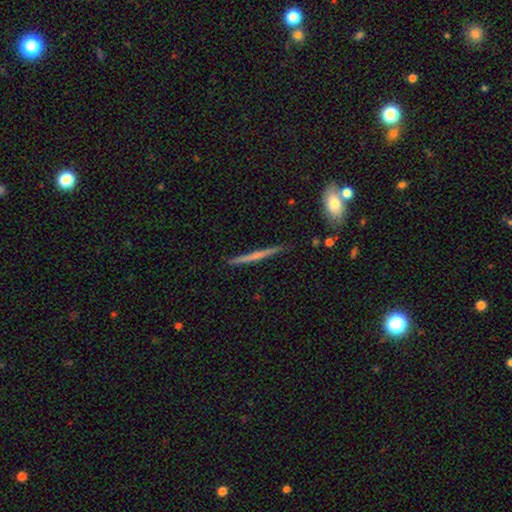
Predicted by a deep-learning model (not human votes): smooth-or-featured: featured or disk: 50% | smooth: 44% | star or artifact: 6%
  merging: none: 88% | minor disturbance: 9% | major disturbance: 2% | merger: 2%